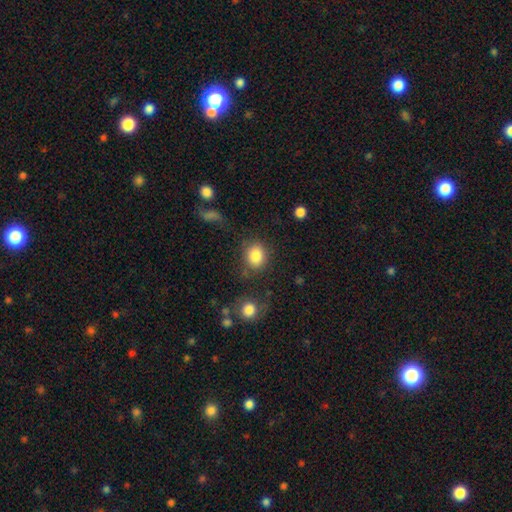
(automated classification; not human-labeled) Q: Smooth or featured?
A: smooth (85%); runner-up: star or artifact (9%)
Q: How rounded?
A: round (63%); runner-up: in between (36%)
Q: Merging?
A: none (74%); runner-up: minor disturbance (14%)